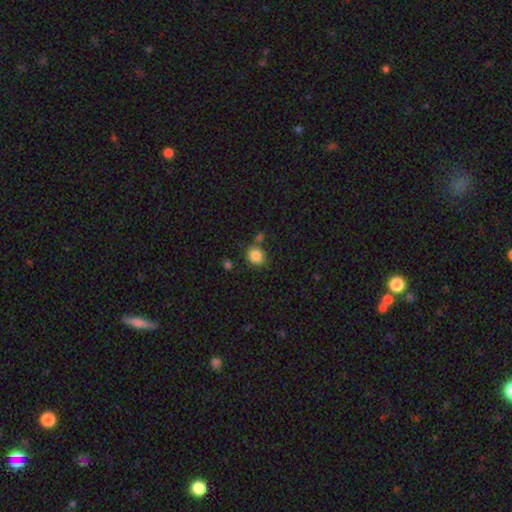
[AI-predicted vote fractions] Smooth or featured? Predicted: smooth (p=0.86). How rounded? Predicted: round (p=0.81). Merging? Predicted: none (p=0.74).